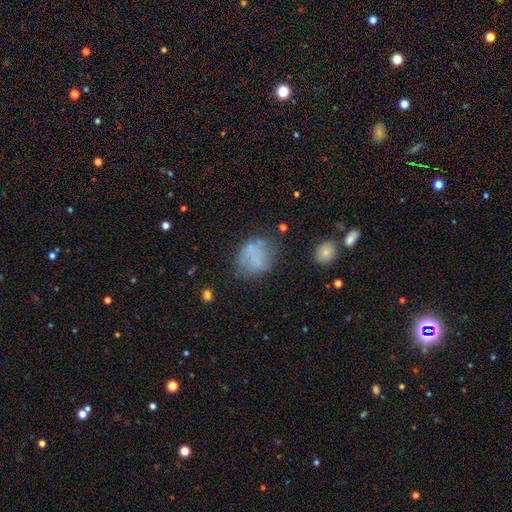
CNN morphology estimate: type=smooth (63%); roundness=round (62%); merging=none (59%).